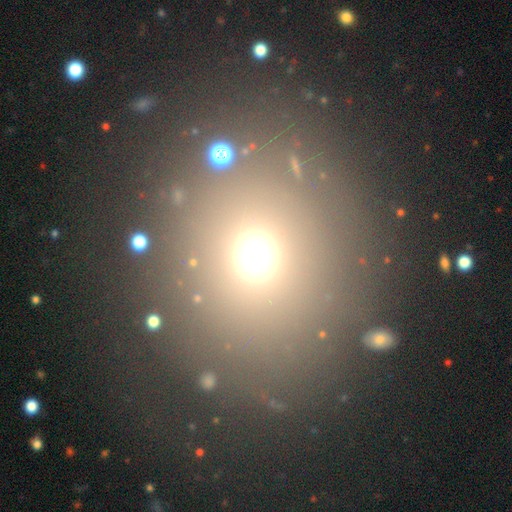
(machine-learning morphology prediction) A smooth galaxy with no disk features (62%) that is round (87%).

Vote fractions:
- Smooth or featured? smooth: 62% / star or artifact: 29% / featured or disk: 10%
- How rounded? round: 87% / in between: 12% / cigar-shaped: 1%
- Merging? none: 84% / minor disturbance: 7% / major disturbance: 5% / merger: 4%